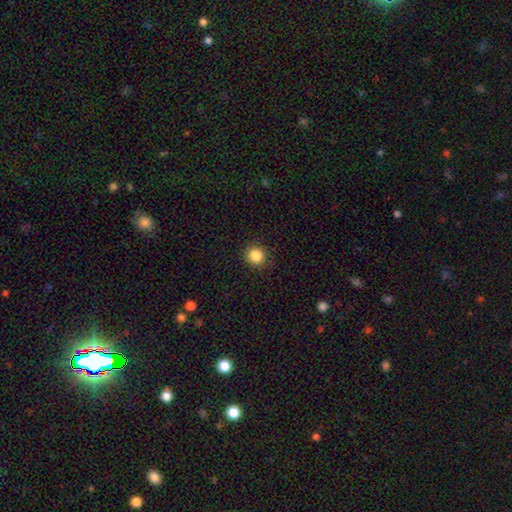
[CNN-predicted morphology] A smooth galaxy with no disk features (86%) that is round (90%).

Vote fractions:
- Smooth or featured? smooth: 86% / star or artifact: 10% / featured or disk: 4%
- How rounded? round: 90% / in between: 9% / cigar-shaped: 1%
- Merging? none: 89% / minor disturbance: 8% / major disturbance: 2% / merger: 1%